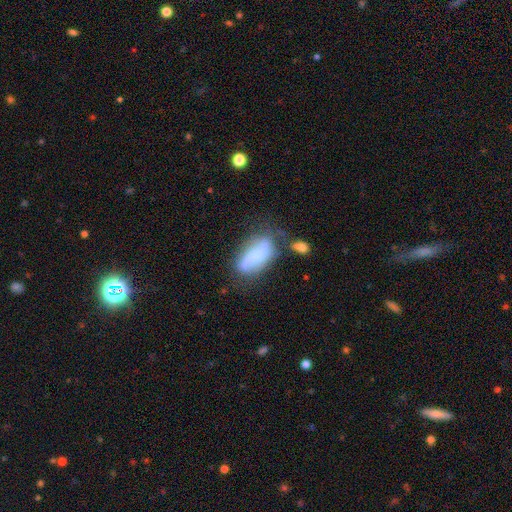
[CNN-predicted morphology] Overall: smooth (55%; featured or disk 37%). How rounded: in between (81%). Merging: none (44%; minor disturbance 28%).